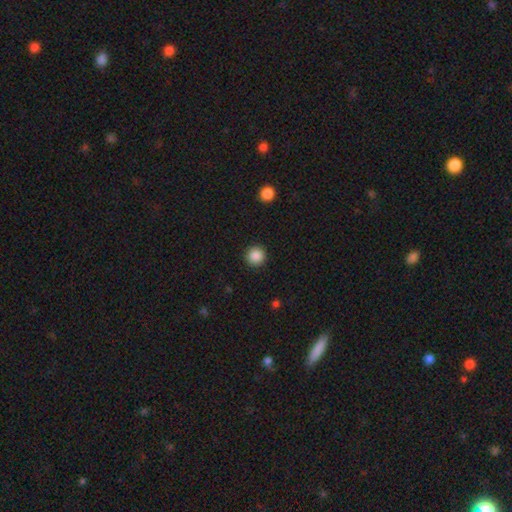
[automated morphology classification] A smooth galaxy with no disk features (88%) that is round (95%).

Vote fractions:
- Smooth or featured? smooth: 88% / star or artifact: 9% / featured or disk: 3%
- How rounded? round: 95% / in between: 4% / cigar-shaped: 1%
- Merging? none: 92% / minor disturbance: 5% / major disturbance: 2% / merger: 1%